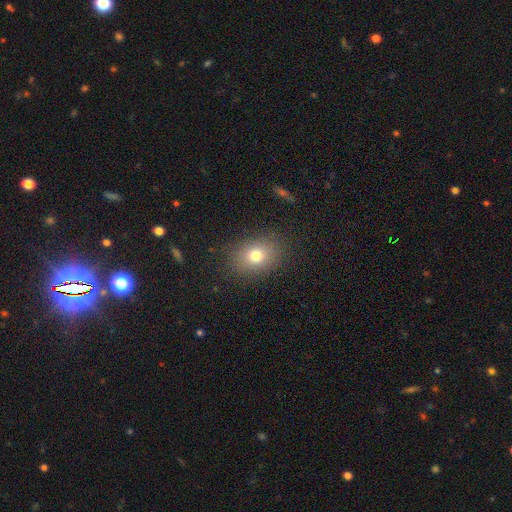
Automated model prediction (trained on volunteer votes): This appears to be a smooth galaxy with no disk features (77%) that is in between round and cigar-shaped (63%). Merging: none (85%).